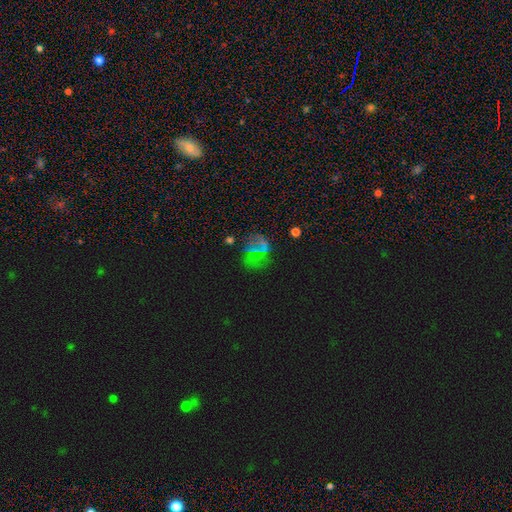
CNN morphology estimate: smooth_or_featured: star or artifact (p=0.51) [alt: smooth p=0.37]